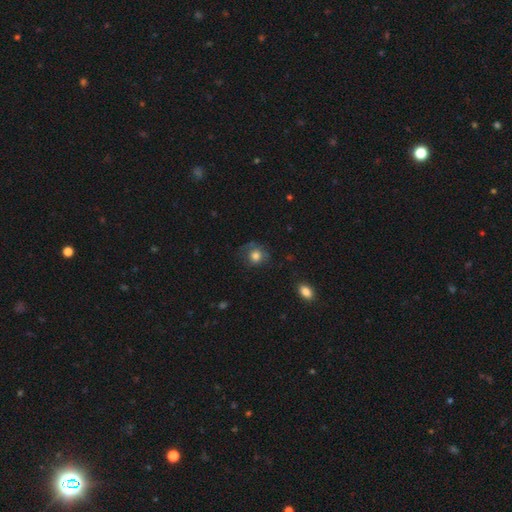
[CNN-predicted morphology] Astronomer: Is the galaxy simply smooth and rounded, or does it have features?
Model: smooth — 74%.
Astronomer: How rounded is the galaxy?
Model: round — 79%.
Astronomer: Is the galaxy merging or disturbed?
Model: none — 57%.